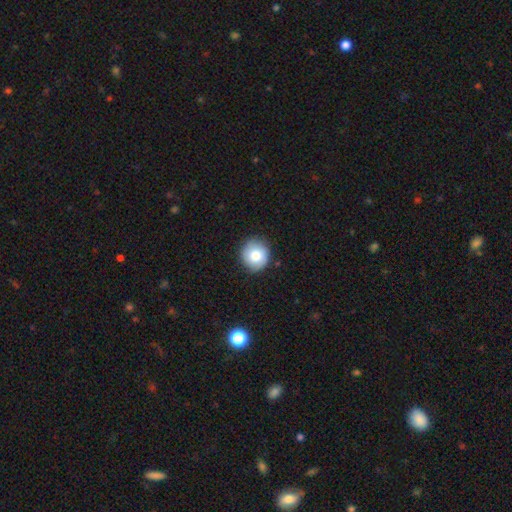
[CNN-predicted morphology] Smooth or featured? Predicted: smooth (p=0.79). How rounded? Predicted: round (p=0.91). Merging? Predicted: none (p=0.85).